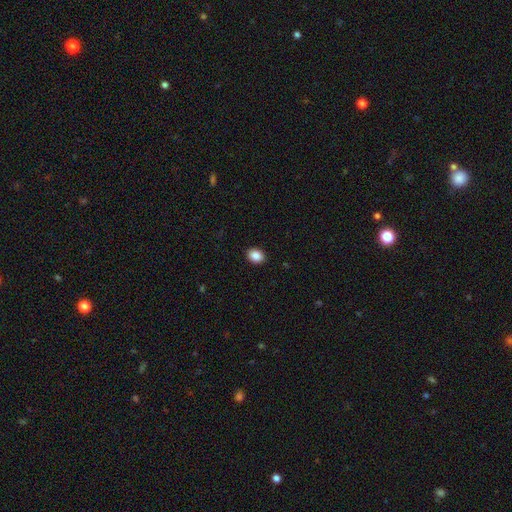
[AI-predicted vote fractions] smooth 89%, star or artifact 8%, featured or disk 3%. Down the decision tree: how rounded — in between (65%); merging — none (91%).